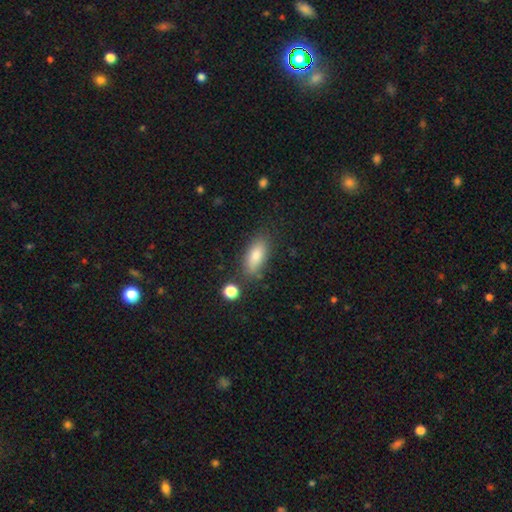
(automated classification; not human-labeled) Overall: smooth (80%). How rounded: in between (79%). Merging: none (78%).